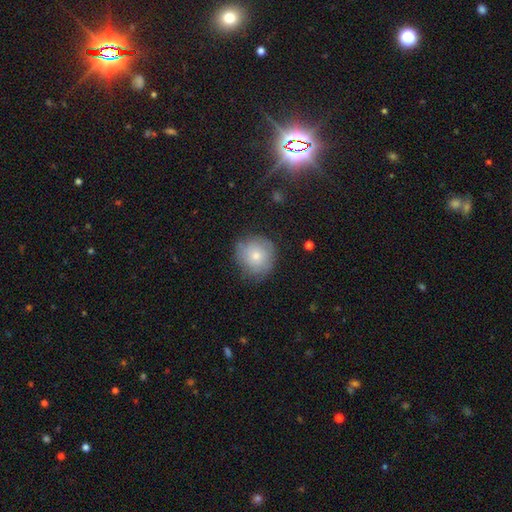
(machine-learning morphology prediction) type=smooth (70%); roundness=round (90%); merging=none (74%).